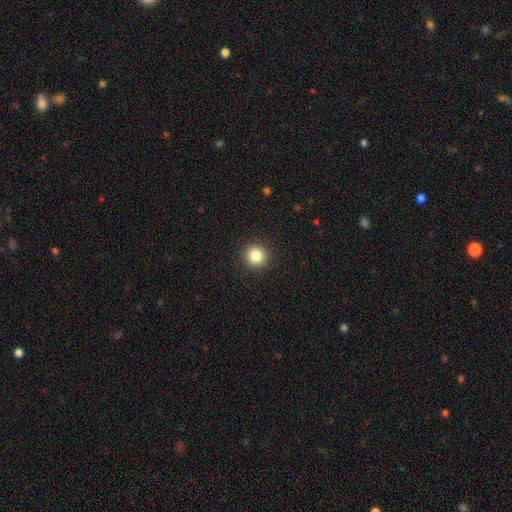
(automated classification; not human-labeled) Smooth or featured: smooth — 84% (star or artifact — 11%)
How rounded: round — 94% (in between — 5%)
Merging: none — 92% (minor disturbance — 5%)